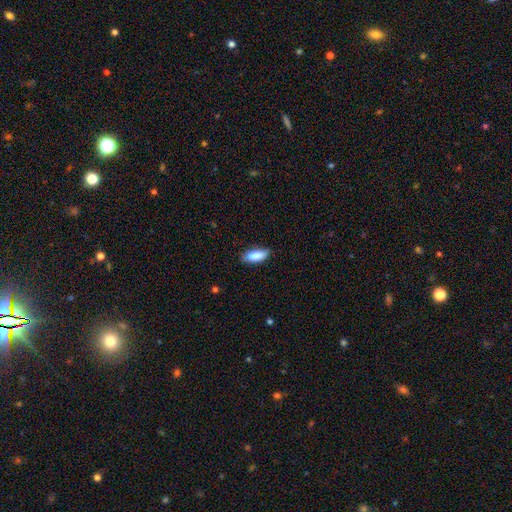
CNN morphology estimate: Smooth or featured? smooth (85%)
How rounded? in between (77%)
Merging? none (78%)